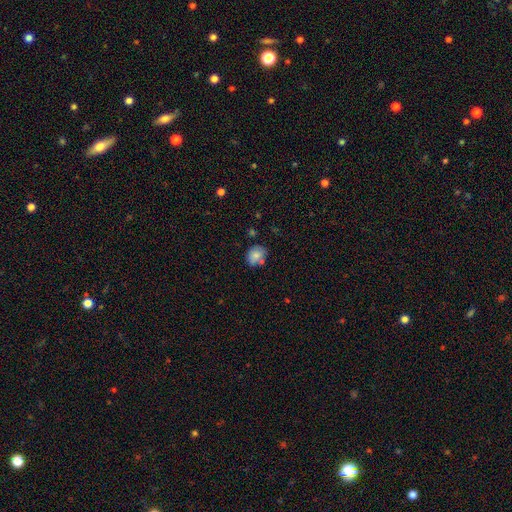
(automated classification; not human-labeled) This is likely a smooth galaxy (79%). How rounded: possibly round (53%). Merging: likely none (63%).